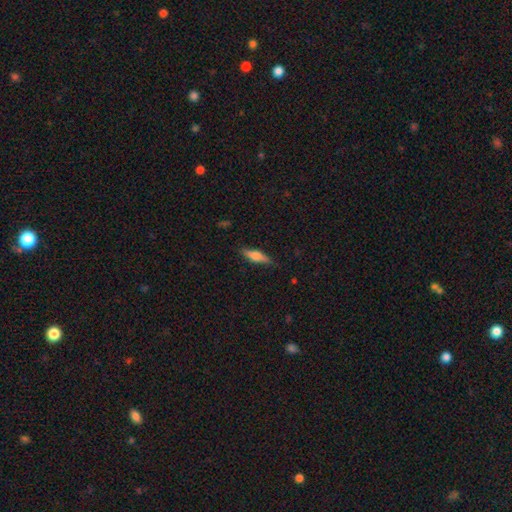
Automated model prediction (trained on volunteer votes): smooth-or-featured: smooth: 59% | featured or disk: 35% | star or artifact: 7%
  how-rounded: cigar-shaped: 58% | in between: 39% | round: 3%
  merging: none: 83% | minor disturbance: 13% | major disturbance: 3% | merger: 1%